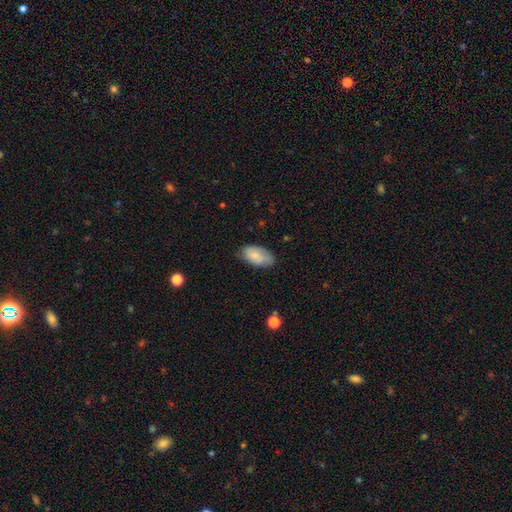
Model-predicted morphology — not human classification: This appears to be a smooth galaxy with no disk features (75%) that is in between round and cigar-shaped (94%). Merging: none (70%).